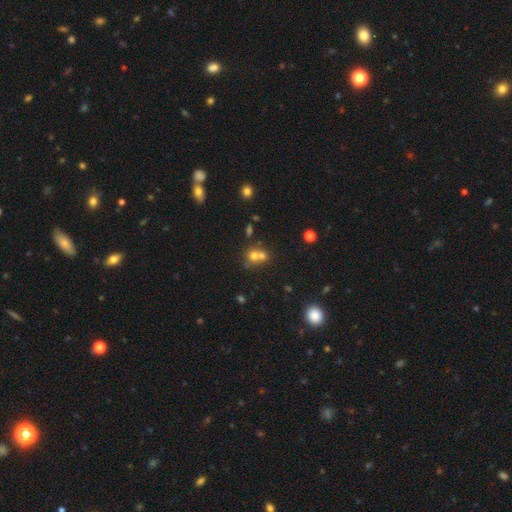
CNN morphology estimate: Smooth or featured? smooth (65%)
How rounded? round (78%)
Merging? merger (56%)